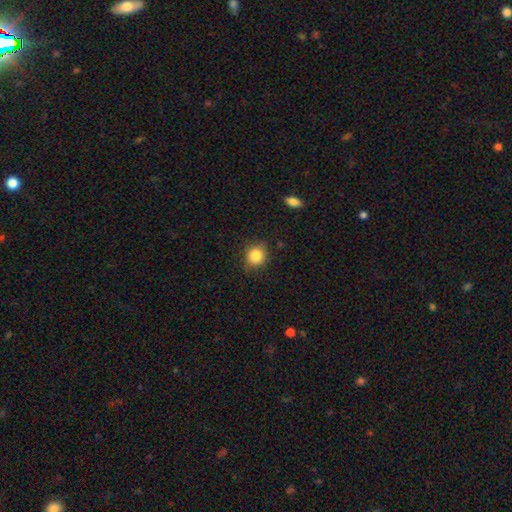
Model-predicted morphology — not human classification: type=smooth (84%); roundness=round (84%); merging=none (83%).